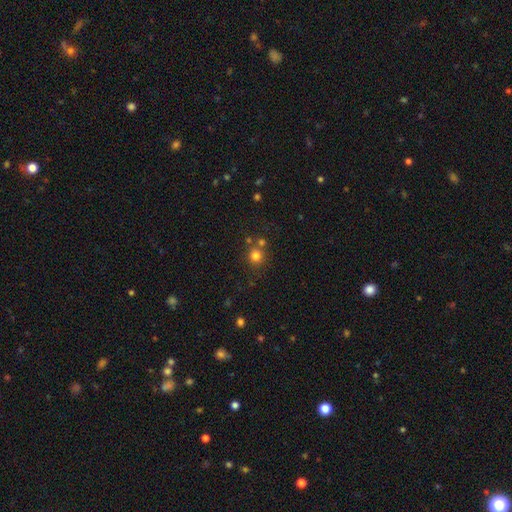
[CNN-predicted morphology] This appears to be a smooth galaxy with no disk features (78%) that is round (90%). Merging: none (69%).